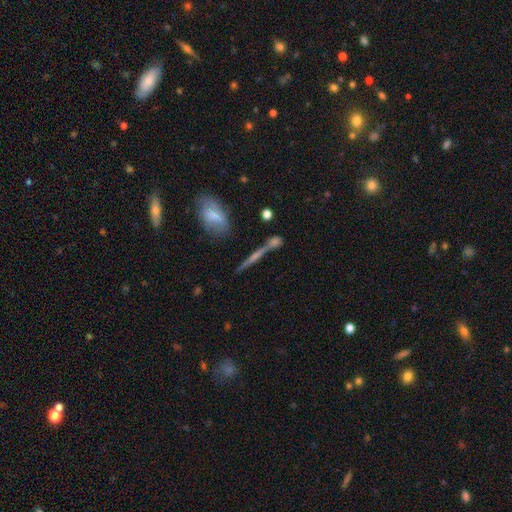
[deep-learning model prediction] smooth_or_featured: featured or disk (p=0.57) [alt: smooth p=0.29]
disk_edge_on: yes (p=0.91) [alt: no p=0.09]
edge_on_bulge: rounded (p=0.50) [alt: none p=0.36]
merging: none (p=0.69) [alt: merger p=0.14]